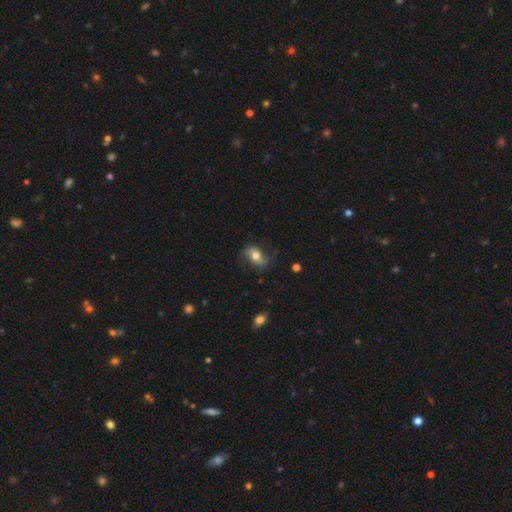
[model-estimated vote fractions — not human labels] This is possibly a featured or disk galaxy (51%). It is clearly not viewed edge-on (89%). Merging: likely none (69%).